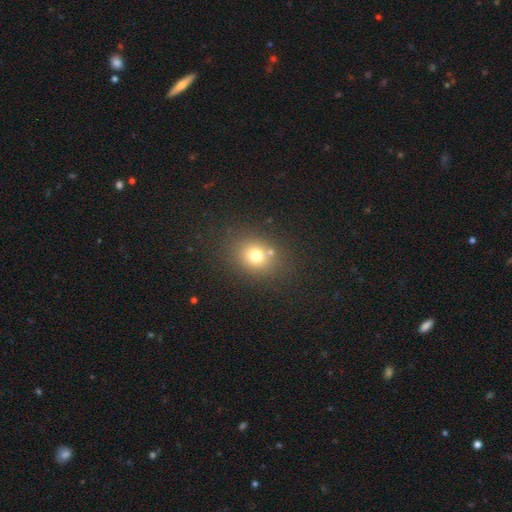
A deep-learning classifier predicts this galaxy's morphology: This is likely a smooth galaxy (72%). How rounded: likely round (63%). Merging: likely none (75%).